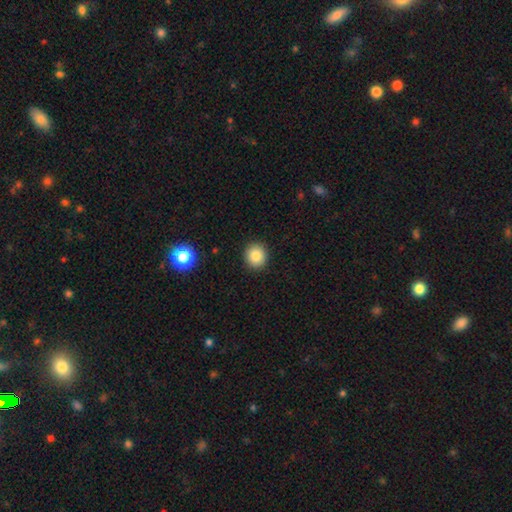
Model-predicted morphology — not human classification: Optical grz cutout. It shows a smooth galaxy with no disk features (85%) that is round (89%). Merging: none (91%).